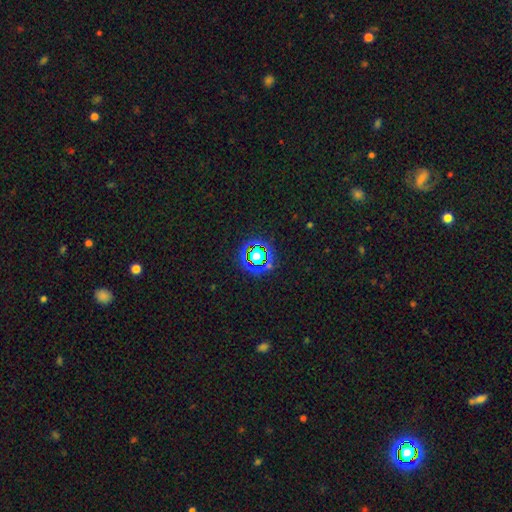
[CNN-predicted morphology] Smooth or featured: star or artifact — 68% (smooth — 21%)